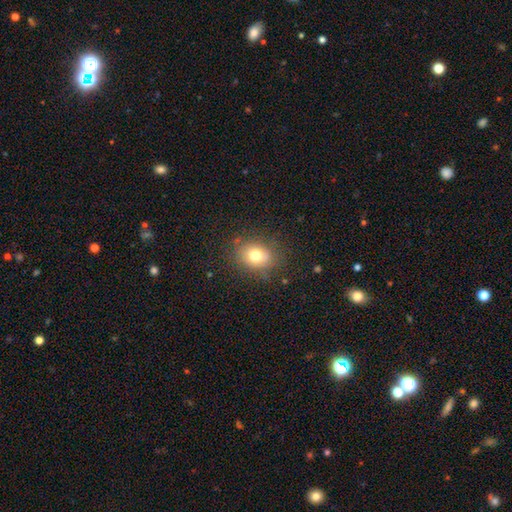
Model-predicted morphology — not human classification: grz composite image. It shows a smooth galaxy with no disk features (75%) that is round (54%). Merging: none (79%).